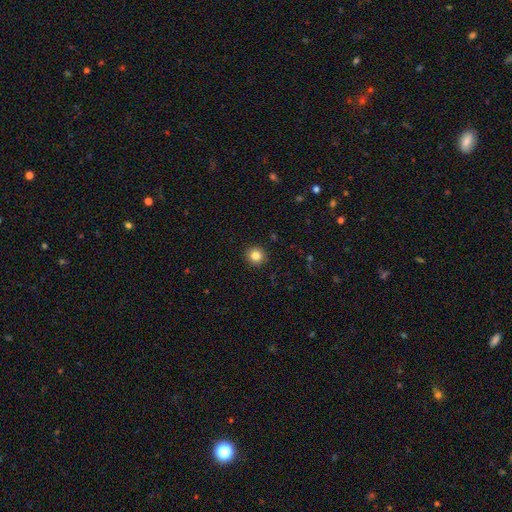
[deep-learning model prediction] Q: Smooth or featured?
A: smooth (84%); runner-up: star or artifact (11%)
Q: How rounded?
A: round (93%); runner-up: in between (6%)
Q: Merging?
A: none (92%); runner-up: minor disturbance (5%)